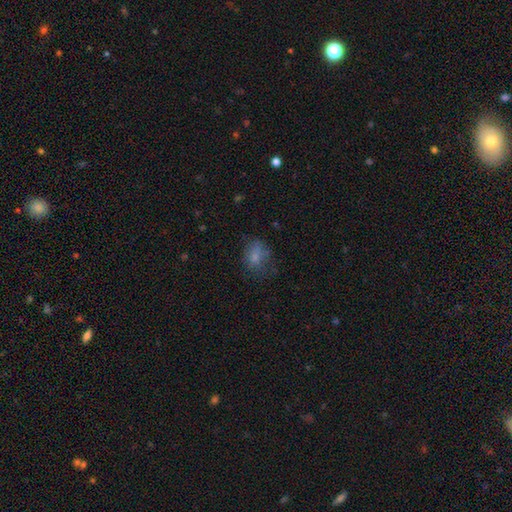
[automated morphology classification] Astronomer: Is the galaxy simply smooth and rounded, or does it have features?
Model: smooth — 73%.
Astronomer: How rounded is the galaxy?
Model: in between — 61% (runner-up: round, 37%).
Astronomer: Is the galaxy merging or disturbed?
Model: none — 56%.